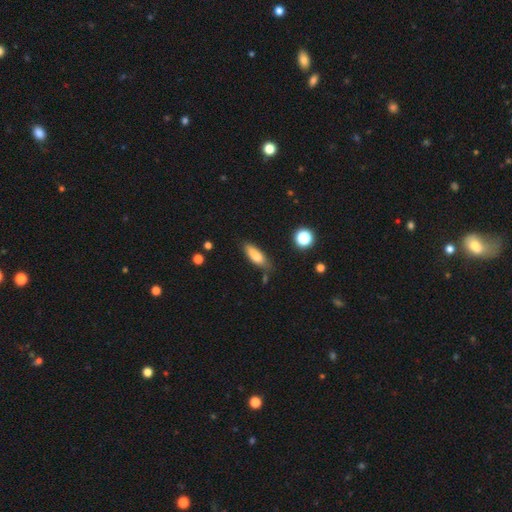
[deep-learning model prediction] smooth 79%, featured or disk 13%, star or artifact 8%. Down the decision tree: how rounded — in between (54%); merging — none (69%).